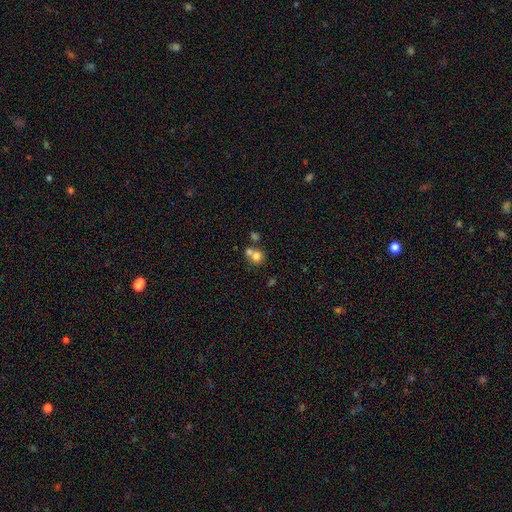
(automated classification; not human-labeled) Overall: smooth (74%). How rounded: round (84%). Merging: merger (48%; none 42%).